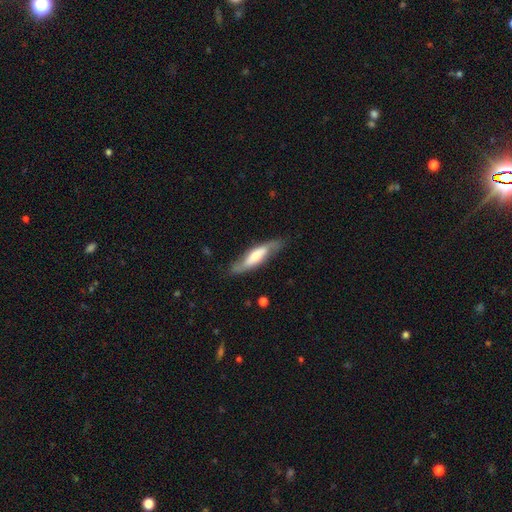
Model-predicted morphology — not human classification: smooth_or_featured: featured or disk (p=0.49) [alt: smooth p=0.45]
merging: none (p=0.73) [alt: minor disturbance p=0.19]